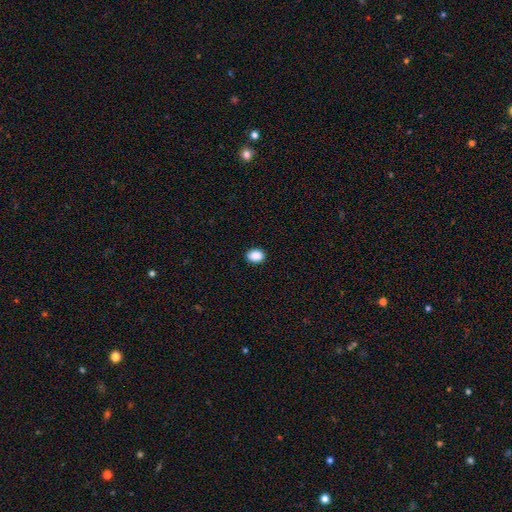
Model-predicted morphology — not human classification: type=smooth (89%); roundness=in between (62%); merging=none (90%).